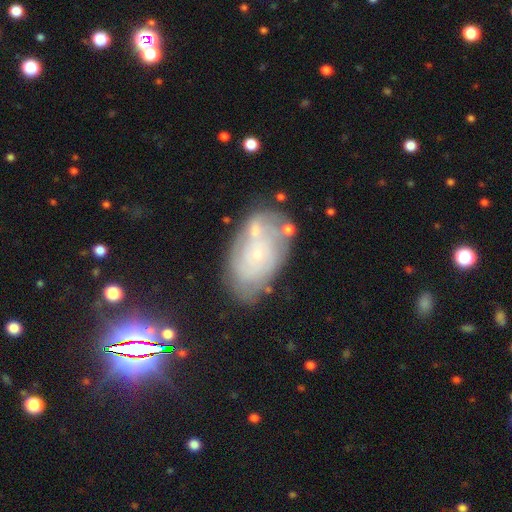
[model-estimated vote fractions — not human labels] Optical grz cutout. It shows a featured or disk galaxy (51%). Merging: none (63%).